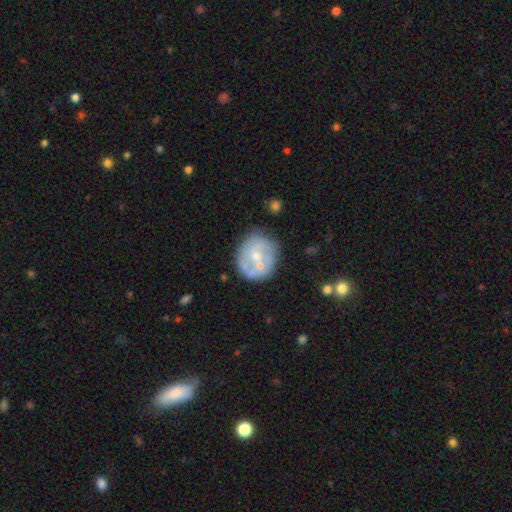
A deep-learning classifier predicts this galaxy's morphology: smooth_or_featured: featured or disk (p=0.57) [alt: smooth p=0.36]
disk_edge_on: no (p=0.98) [alt: yes p=0.02]
bar: no (p=0.76) [alt: weak p=0.20]
has_spiral_arms: no (p=0.60) [alt: yes p=0.40]
bulge_size: small (p=0.53) [alt: moderate p=0.39]
merging: none (p=0.57) [alt: minor disturbance p=0.19]